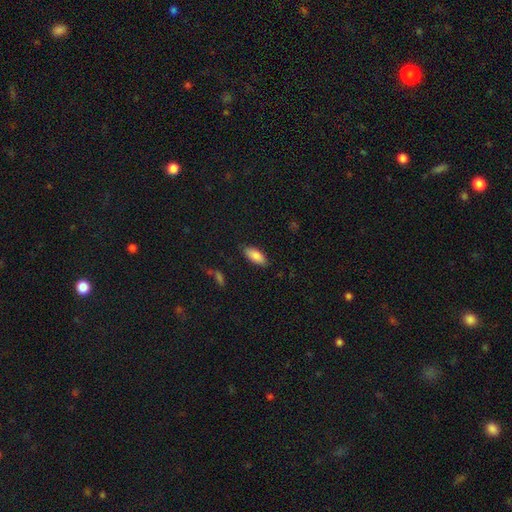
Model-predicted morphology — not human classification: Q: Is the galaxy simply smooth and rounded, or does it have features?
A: smooth — 87%.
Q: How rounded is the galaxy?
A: in between — 85%.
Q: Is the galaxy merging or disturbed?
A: none — 84%.